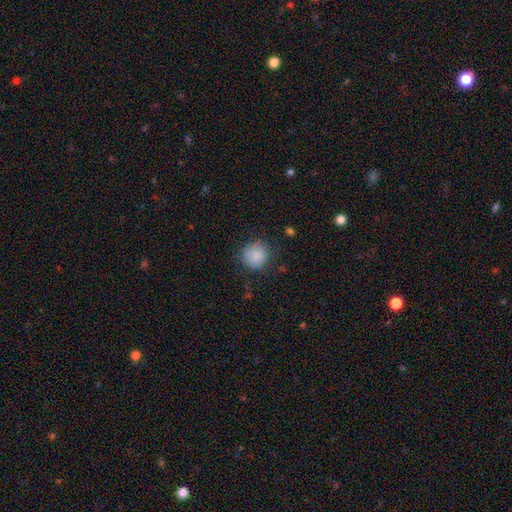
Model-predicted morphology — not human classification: smooth_or_featured: smooth (p=0.86) [alt: star or artifact p=0.08]
how_rounded: round (p=0.88) [alt: in between p=0.11]
merging: none (p=0.75) [alt: minor disturbance p=0.18]